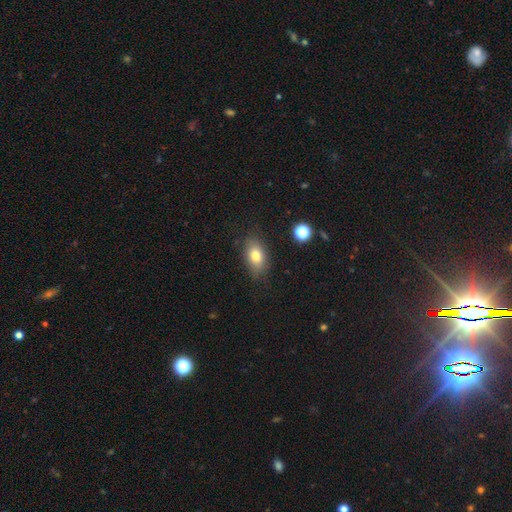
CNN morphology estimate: Smooth or featured: smooth — 78% (featured or disk — 12%)
How rounded: in between — 85% (round — 12%)
Merging: none — 81% (minor disturbance — 14%)